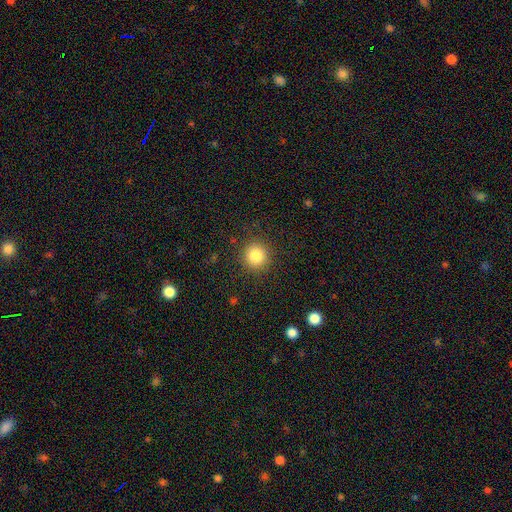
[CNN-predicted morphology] smooth-or-featured: smooth: 83% | star or artifact: 11% | featured or disk: 6%
  how-rounded: round: 92% | in between: 7% | cigar-shaped: 1%
  merging: none: 89% | minor disturbance: 7% | major disturbance: 3% | merger: 1%